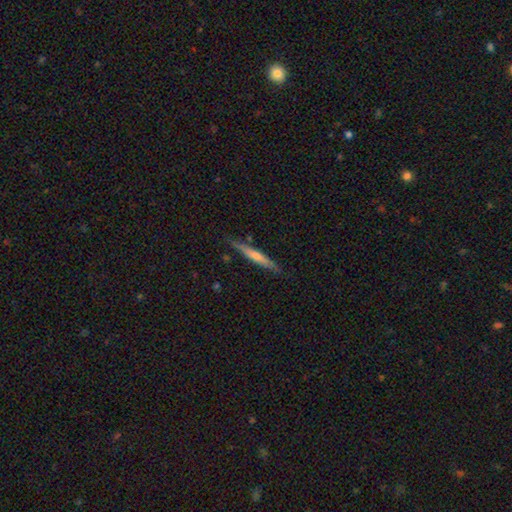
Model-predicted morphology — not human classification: Smooth or featured? featured or disk (63%)
Edge-on disk? yes (97%)
Edge-on bulge? rounded (60%)
Merging? none (89%)